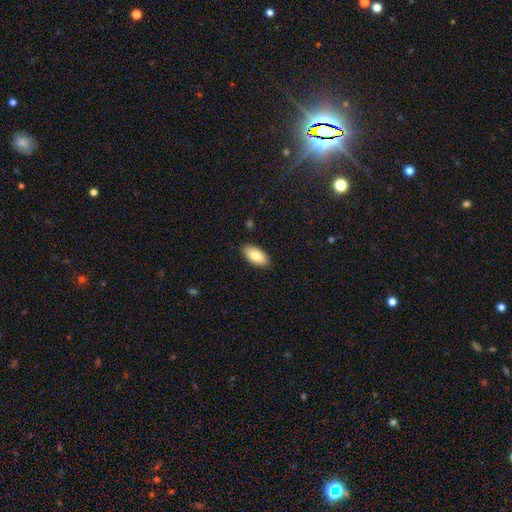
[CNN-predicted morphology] type=smooth (81%); roundness=in between (94%); merging=none (88%).